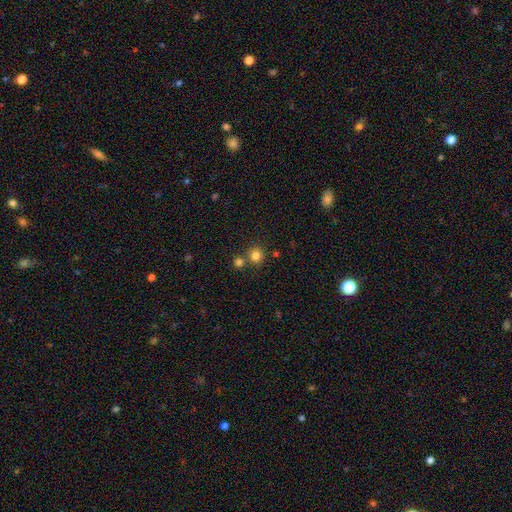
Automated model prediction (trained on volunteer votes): Overall: smooth (81%). How rounded: round (92%). Merging: none (71%).